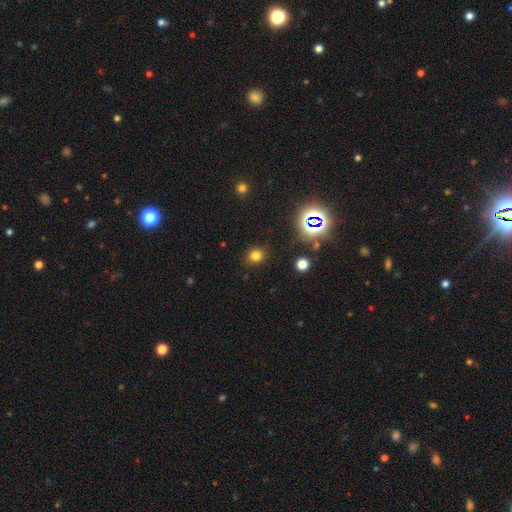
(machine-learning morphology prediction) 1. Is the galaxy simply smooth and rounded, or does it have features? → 75% smooth, 19% star or artifact, 6% featured or disk.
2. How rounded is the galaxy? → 71% round, 28% in between, 1% cigar-shaped.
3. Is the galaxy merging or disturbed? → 87% none, 8% minor disturbance, 3% major disturbance, 2% merger.